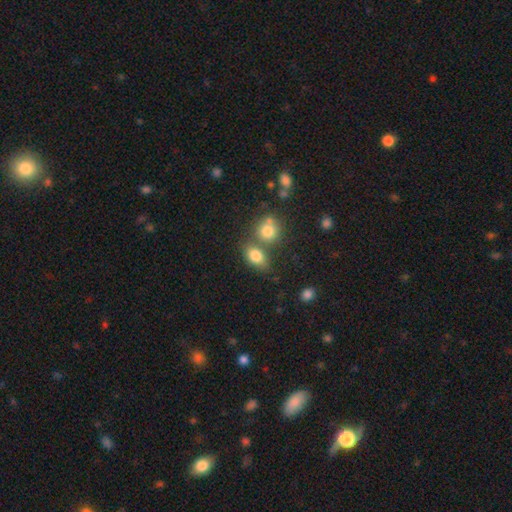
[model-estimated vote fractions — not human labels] This is clearly a smooth galaxy (81%). How rounded: likely in between (76%). Merging: possibly none (52%).